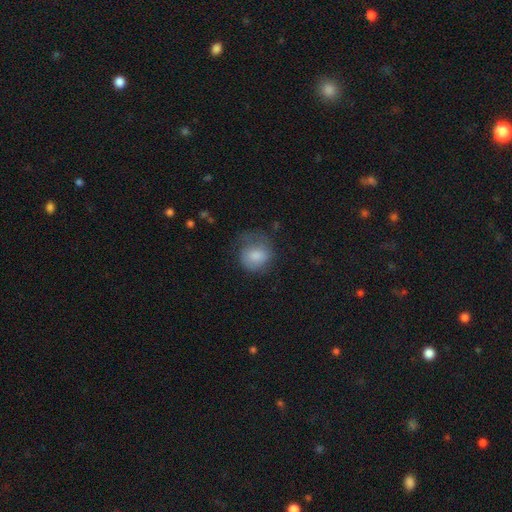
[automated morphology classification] A smooth galaxy with no disk features (70%) that is round (72%). Merging: none (41%).